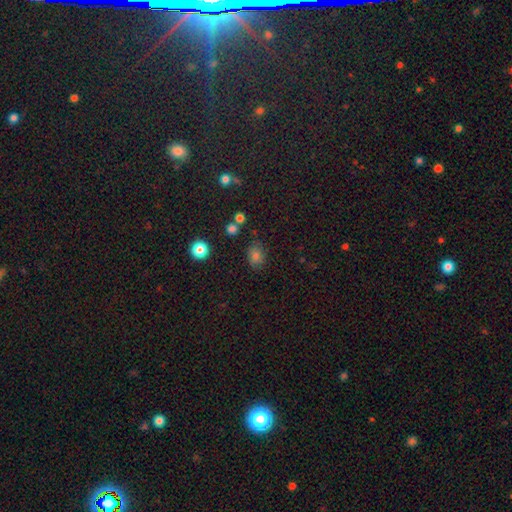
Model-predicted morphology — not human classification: A smooth galaxy with no disk features (76%) that is in between round and cigar-shaped (65%).

Vote fractions:
- Smooth or featured? smooth: 76% / star or artifact: 17% / featured or disk: 7%
- How rounded? in between: 65% / round: 34% / cigar-shaped: 1%
- Merging? none: 75% / minor disturbance: 16% / major disturbance: 5% / merger: 4%